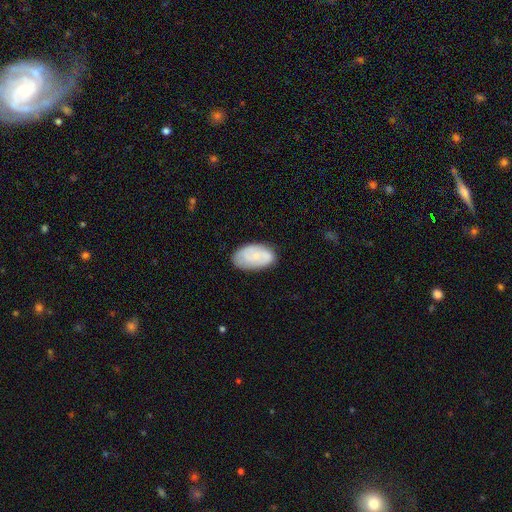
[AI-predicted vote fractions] Smooth or featured? smooth (57%)
How rounded? in between (93%)
Merging? none (77%)